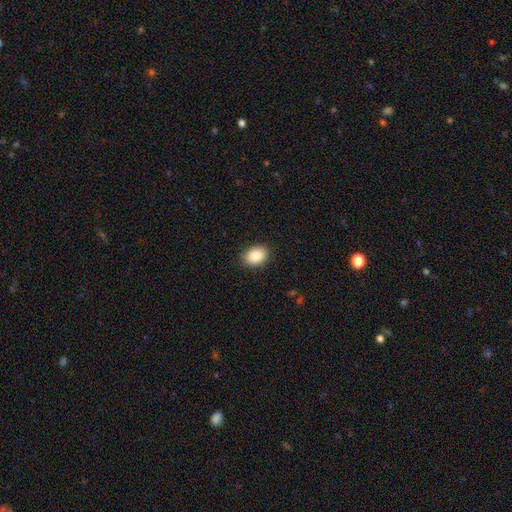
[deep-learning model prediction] A smooth galaxy with no disk features (88%) that is in between round and cigar-shaped (76%).

Vote fractions:
- Smooth or featured? smooth: 88% / star or artifact: 8% / featured or disk: 4%
- How rounded? in between: 76% / round: 23% / cigar-shaped: 1%
- Merging? none: 89% / minor disturbance: 8% / major disturbance: 2% / merger: 1%